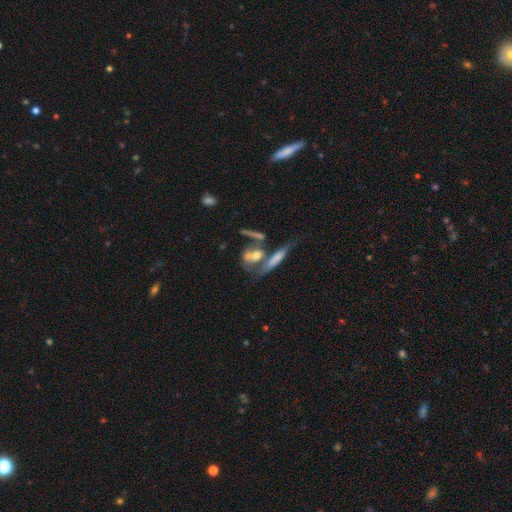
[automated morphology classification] Smooth or featured: featured or disk — 50% (smooth — 40%)
Merging: merger — 44% (none — 30%)